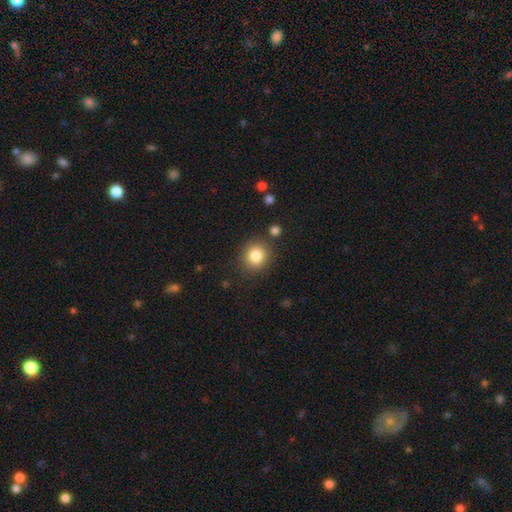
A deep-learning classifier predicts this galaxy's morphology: A smooth galaxy with no disk features (83%) that is round (85%).

Vote fractions:
- Smooth or featured? smooth: 83% / star or artifact: 10% / featured or disk: 6%
- How rounded? round: 85% / in between: 14% / cigar-shaped: 1%
- Merging? none: 85% / minor disturbance: 8% / merger: 4% / major disturbance: 3%